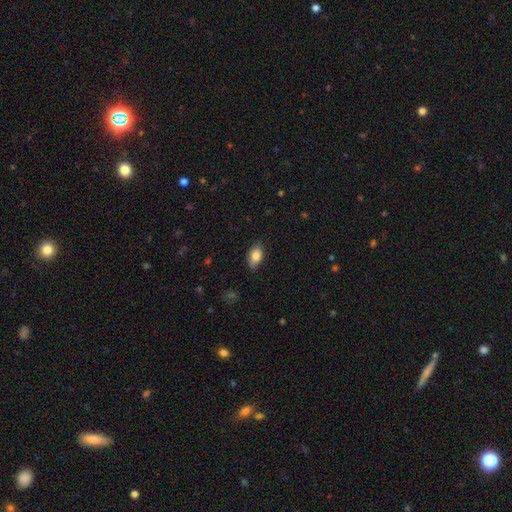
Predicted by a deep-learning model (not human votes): The model was most divided on "merging": none: 76%, minor disturbance: 20%, major disturbance: 3%, merger: 1%. More confident: how rounded — in between (91%); smooth or featured — smooth (83%).